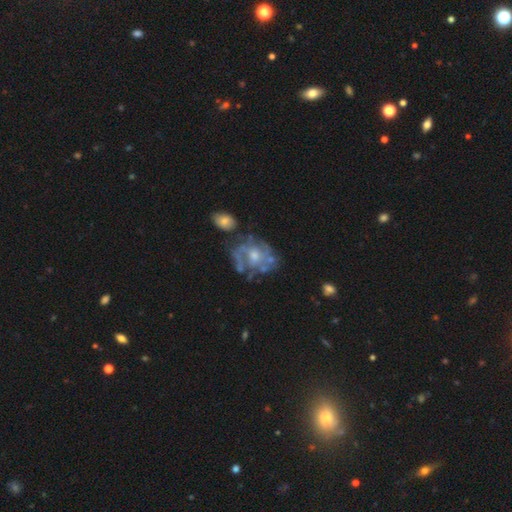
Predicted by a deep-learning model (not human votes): smooth_or_featured: featured or disk (p=0.76) [alt: smooth p=0.16]
disk_edge_on: no (p=0.97) [alt: yes p=0.03]
bar: no (p=0.72) [alt: weak p=0.23]
has_spiral_arms: yes (p=0.69) [alt: no p=0.31]
spiral_winding: tight (p=0.41) [tied with: medium p=0.41]
spiral_arm_count: can't tell (p=0.41) [alt: 2 p=0.31]
bulge_size: moderate (p=0.61) [alt: small p=0.27]
merging: none (p=0.54) [alt: minor disturbance p=0.21]